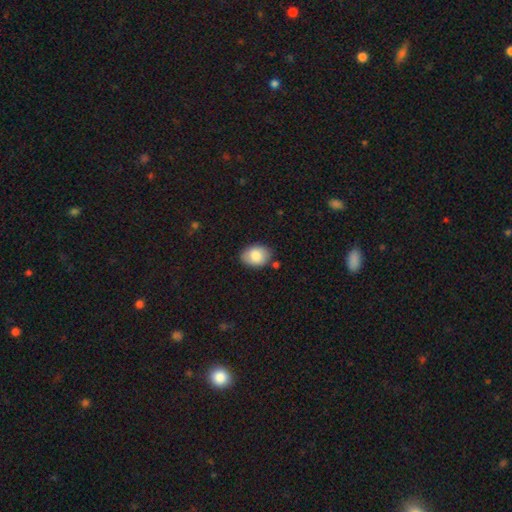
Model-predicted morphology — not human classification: Smooth or featured?
  - smooth: 84% *
  - featured or disk: 9%
  - star or artifact: 7%
How rounded?
  - in between: 76% *
  - round: 23%
  - cigar-shaped: 1%
Merging?
  - none: 80% *
  - minor disturbance: 14%
  - merger: 3%
  - major disturbance: 3%